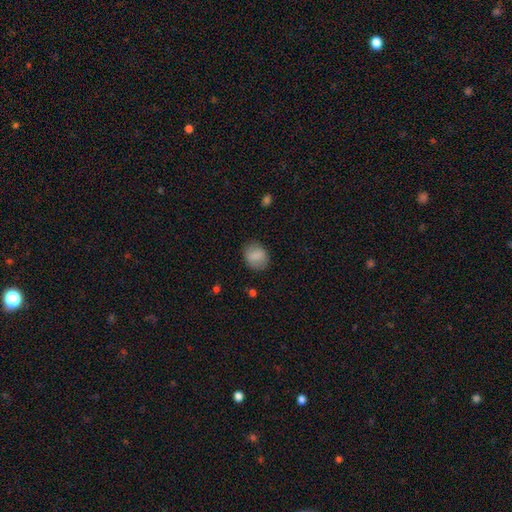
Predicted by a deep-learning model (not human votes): Smooth or featured?
  - smooth: 82% *
  - featured or disk: 10%
  - star or artifact: 8%
How rounded?
  - round: 51% *
  - in between: 48%
  - cigar-shaped: 1%
Merging?
  - none: 80% *
  - minor disturbance: 14%
  - major disturbance: 4%
  - merger: 1%